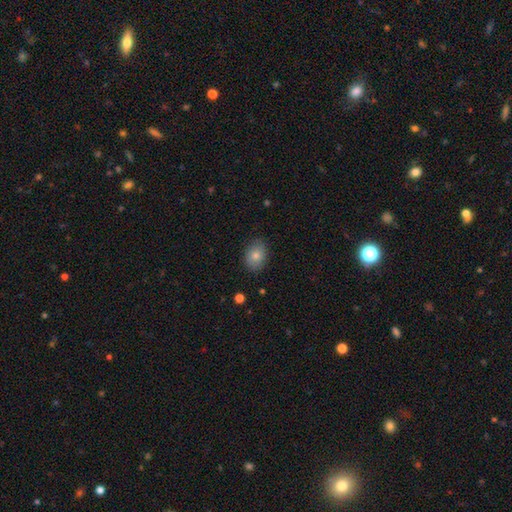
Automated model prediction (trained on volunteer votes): Smooth or featured? Predicted: smooth (p=0.81). How rounded? Predicted: in between (p=0.67). Merging? Predicted: none (p=0.84).